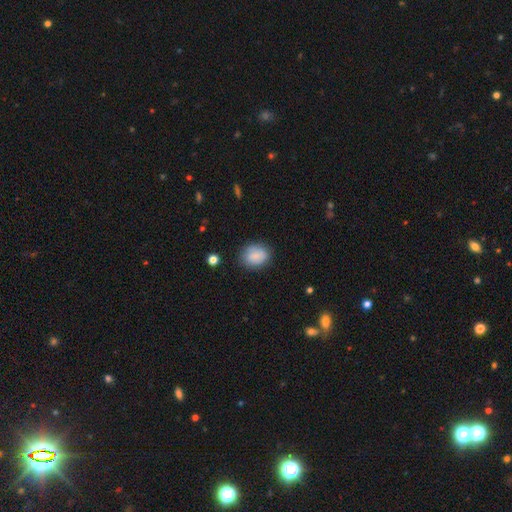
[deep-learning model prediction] smooth-or-featured: smooth: 84% | featured or disk: 9% | star or artifact: 8%
  how-rounded: in between: 60% | round: 39% | cigar-shaped: 1%
  merging: none: 76% | minor disturbance: 17% | major disturbance: 4% | merger: 2%